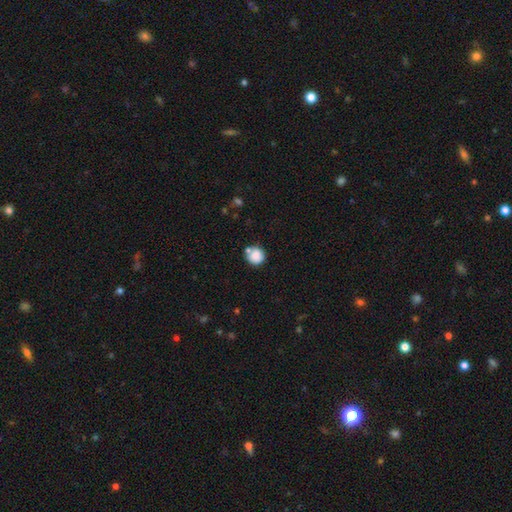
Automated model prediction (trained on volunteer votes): Smooth or featured? smooth (82%)
How rounded? round (90%)
Merging? none (63%)